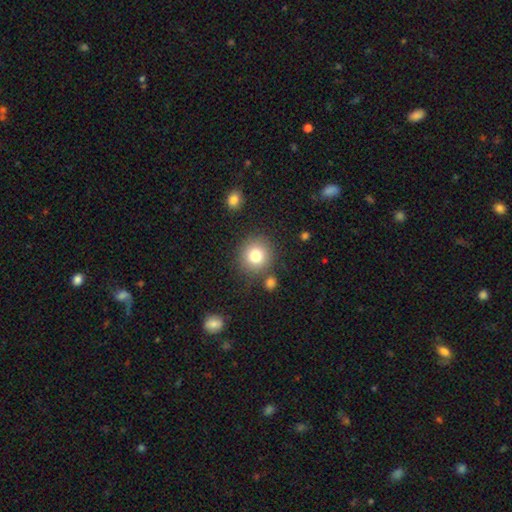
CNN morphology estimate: Smooth or featured? Predicted: smooth (p=0.80). How rounded? Predicted: round (p=0.91). Merging? Predicted: none (p=0.82).